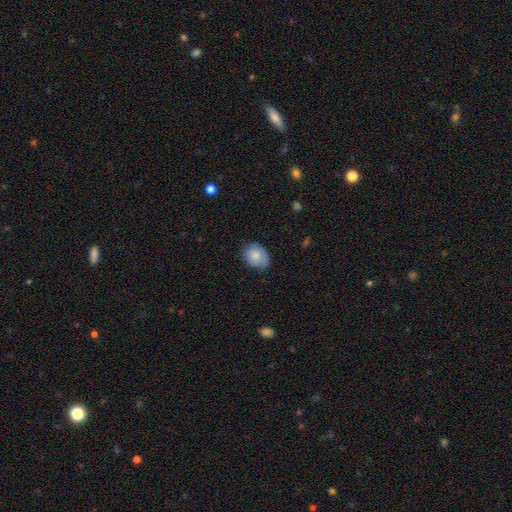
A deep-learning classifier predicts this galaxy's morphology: The model was most divided on "how rounded": in between: 56%, round: 44%, cigar-shaped: 1%. More confident: smooth or featured — smooth (78%); merging — none (66%).